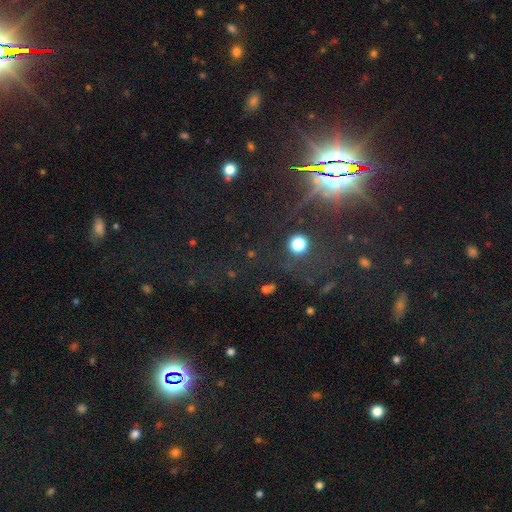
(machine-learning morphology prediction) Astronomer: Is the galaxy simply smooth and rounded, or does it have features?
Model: star or artifact — 80%.